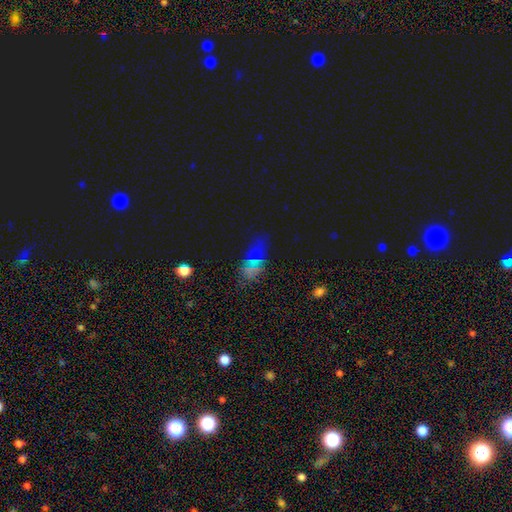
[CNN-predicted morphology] smooth-or-featured: star or artifact: 52% | smooth: 35% | featured or disk: 12%